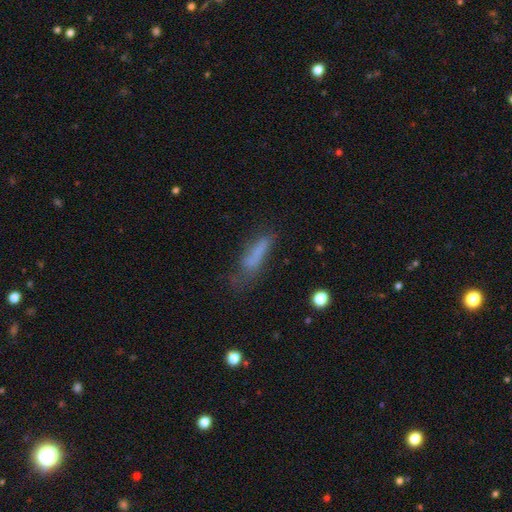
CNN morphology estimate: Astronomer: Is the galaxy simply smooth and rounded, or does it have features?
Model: smooth — 64%.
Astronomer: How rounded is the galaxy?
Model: cigar-shaped — 67%.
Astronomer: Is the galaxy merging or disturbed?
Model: none — 46% (runner-up: minor disturbance, 28%).